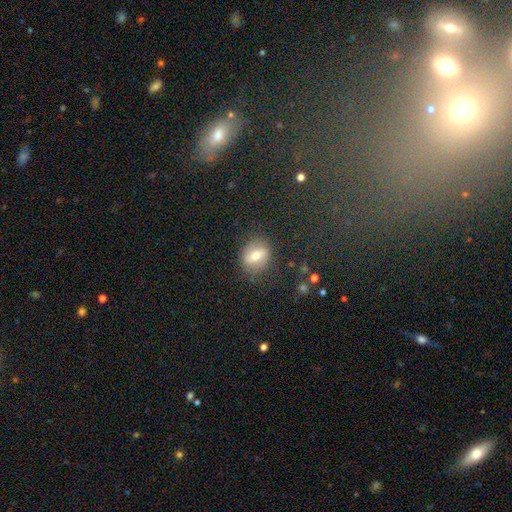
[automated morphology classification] Smooth or featured?
  - smooth: 59% *
  - featured or disk: 30%
  - star or artifact: 10%
How rounded?
  - round: 50% *
  - in between: 48%
  - cigar-shaped: 2%
Merging?
  - none: 81% *
  - minor disturbance: 13%
  - major disturbance: 5%
  - merger: 1%